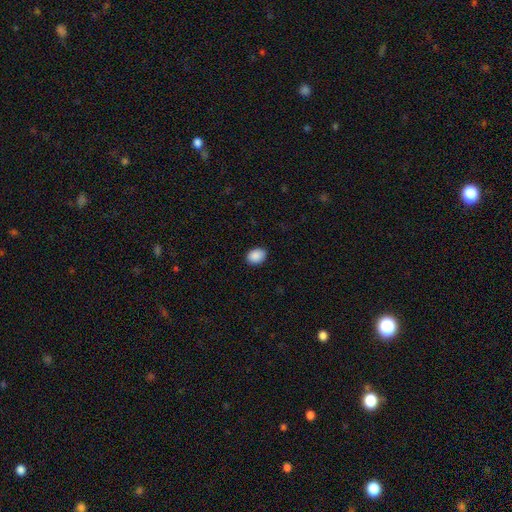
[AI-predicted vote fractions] smooth 90%, star or artifact 8%, featured or disk 3%. Down the decision tree: how rounded — in between (65%); merging — none (87%).